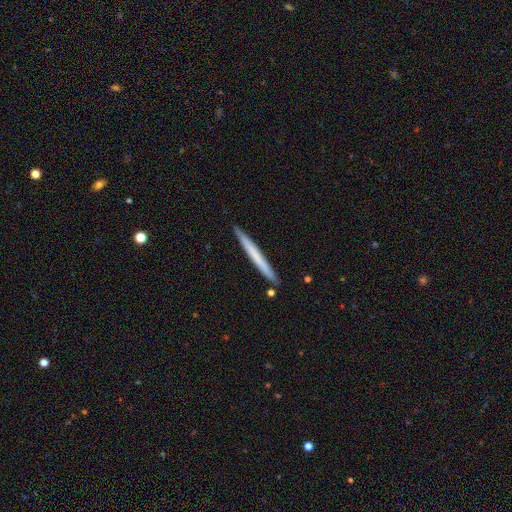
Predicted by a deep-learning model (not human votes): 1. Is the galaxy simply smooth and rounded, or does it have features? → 60% smooth, 34% featured or disk, 5% star or artifact.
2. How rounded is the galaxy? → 97% cigar-shaped, 1% in between, 1% round.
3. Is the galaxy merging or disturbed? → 90% none, 7% minor disturbance, 1% merger, 1% major disturbance.